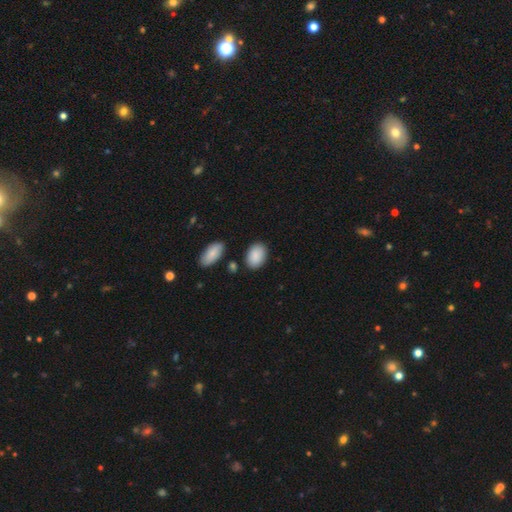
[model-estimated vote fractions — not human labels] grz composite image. It shows a smooth galaxy with no disk features (89%) that is in between round and cigar-shaped (86%). Merging: none (82%).